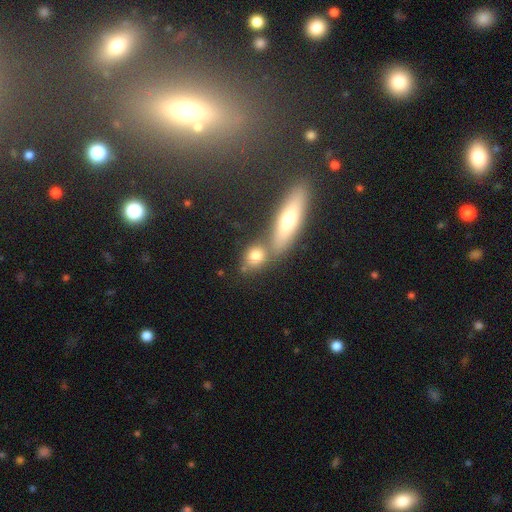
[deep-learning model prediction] Smooth or featured? smooth (76%)
How rounded? round (48%)
Merging? none (50%)